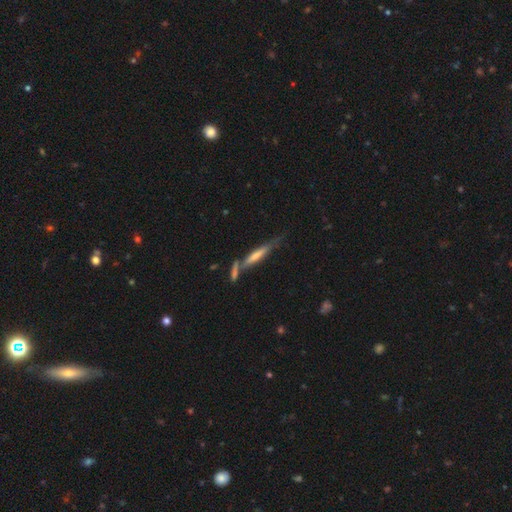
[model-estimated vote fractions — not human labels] Smooth or featured? featured or disk (64%)
Edge-on disk? yes (90%)
Edge-on bulge? rounded (55%)
Merging? none (56%)